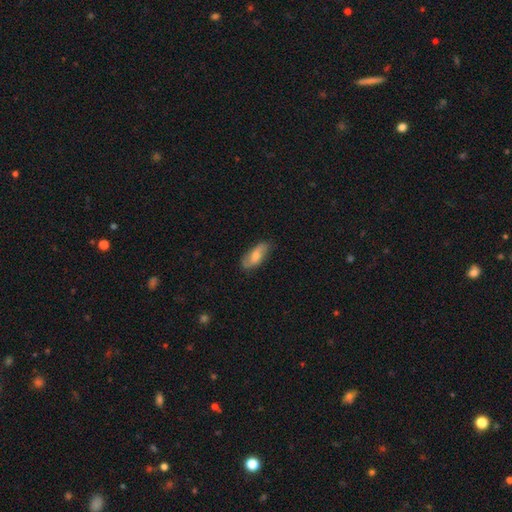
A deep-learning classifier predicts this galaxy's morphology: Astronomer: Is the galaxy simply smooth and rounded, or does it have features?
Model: smooth — 62%.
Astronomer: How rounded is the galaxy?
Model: in between — 82%.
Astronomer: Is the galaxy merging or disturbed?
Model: none — 75%.